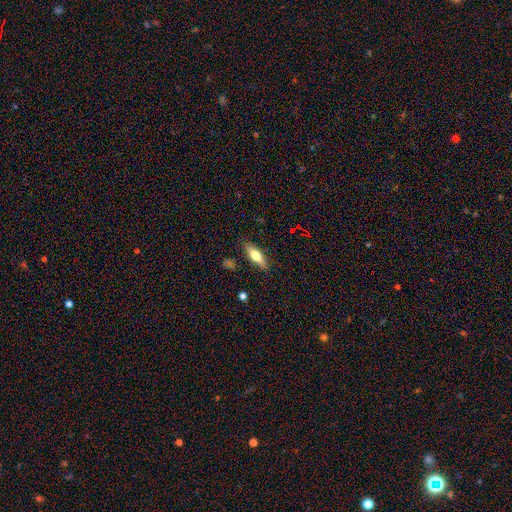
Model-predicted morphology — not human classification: Smooth or featured?
  - smooth: 58% *
  - featured or disk: 35%
  - star or artifact: 7%
How rounded?
  - in between: 50% *
  - cigar-shaped: 48%
  - round: 3%
Merging?
  - none: 85% *
  - minor disturbance: 11%
  - major disturbance: 2%
  - merger: 2%